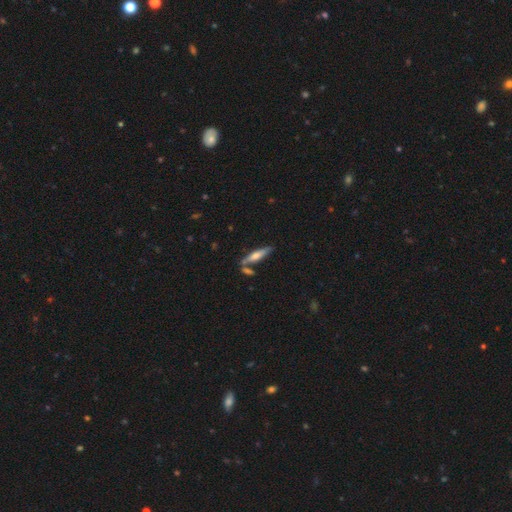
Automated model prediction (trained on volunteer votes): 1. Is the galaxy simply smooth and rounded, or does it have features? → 48% smooth, 46% featured or disk, 6% star or artifact.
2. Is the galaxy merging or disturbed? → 72% none, 13% merger, 12% minor disturbance, 3% major disturbance.